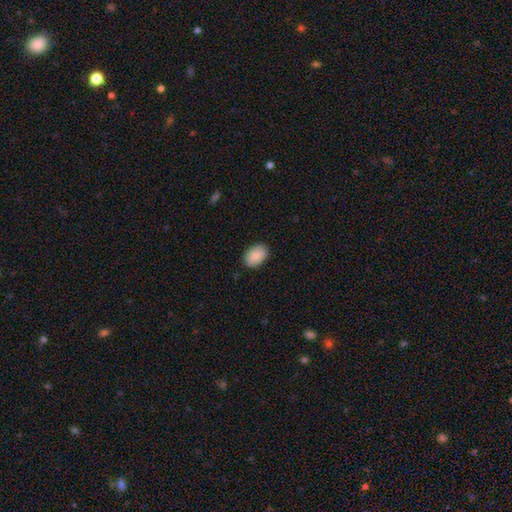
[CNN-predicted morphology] Smooth or featured? Predicted: smooth (p=0.89). How rounded? Predicted: in between (p=0.86). Merging? Predicted: none (p=0.88).